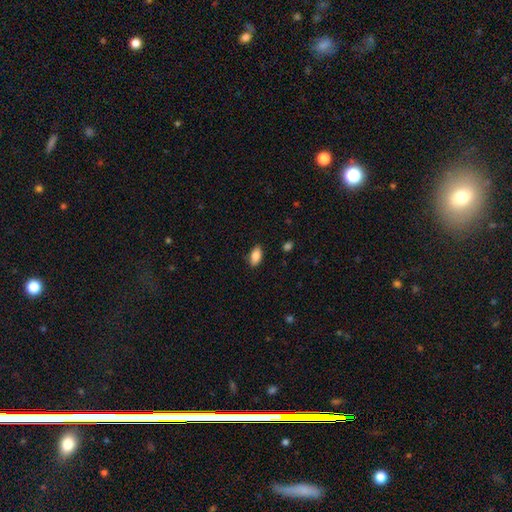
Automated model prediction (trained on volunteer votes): Smooth or featured? Predicted: smooth (p=0.86). How rounded? Predicted: in between (p=0.91). Merging? Predicted: none (p=0.88).